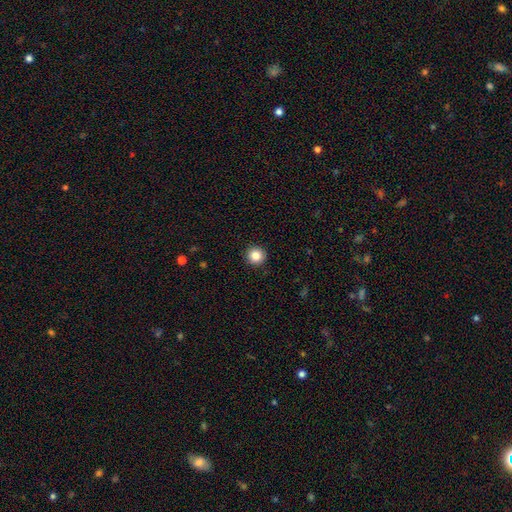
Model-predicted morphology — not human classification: A smooth galaxy with no disk features (84%) that is round (95%). Merging: none (93%).